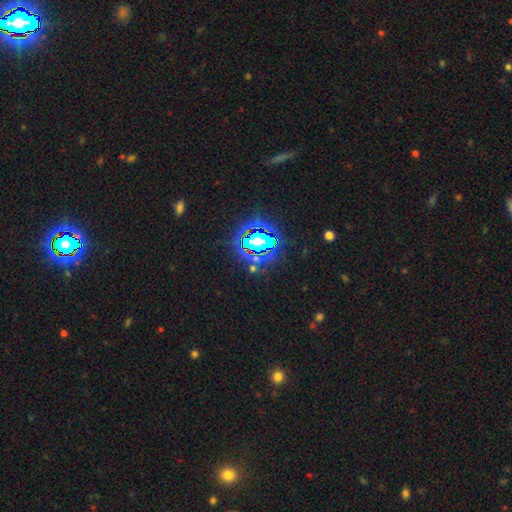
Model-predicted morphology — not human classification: Smooth or featured? star or artifact (76%)